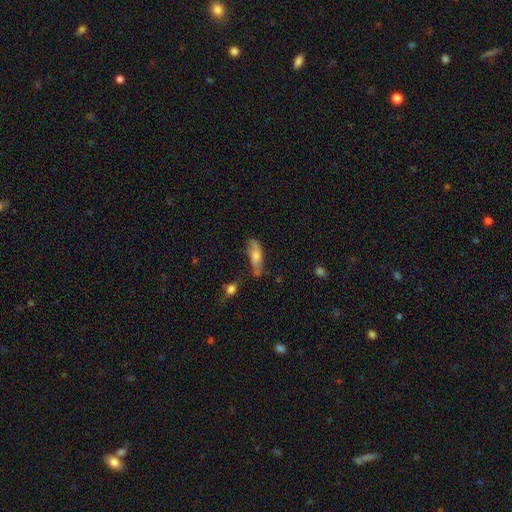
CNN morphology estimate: The model was most divided on "how rounded": in between: 52%, cigar-shaped: 45%, round: 3%. More confident: smooth or featured — smooth (57%); merging — none (53%).